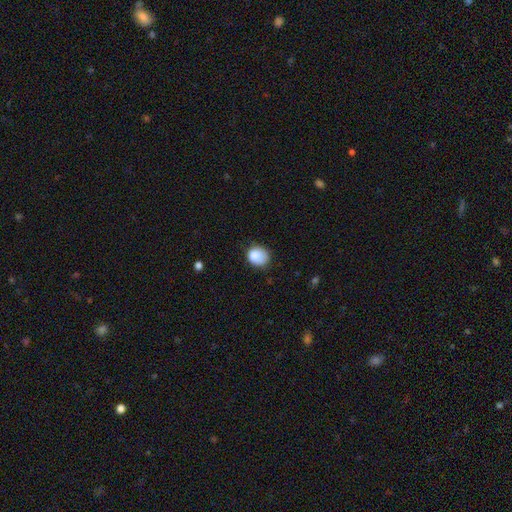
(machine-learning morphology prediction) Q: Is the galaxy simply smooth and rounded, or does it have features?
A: smooth — 84%.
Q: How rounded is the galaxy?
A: round — 69%.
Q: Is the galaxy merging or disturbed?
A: none — 60%.